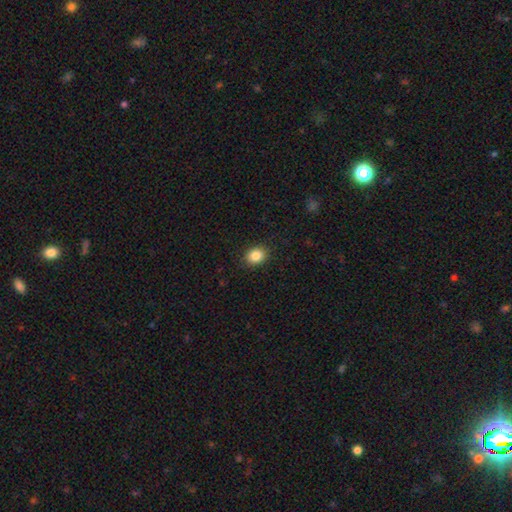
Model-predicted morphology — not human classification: smooth_or_featured: smooth (p=0.86) [alt: star or artifact p=0.09]
how_rounded: in between (p=0.50) [alt: round p=0.49]
merging: none (p=0.89) [alt: minor disturbance p=0.08]